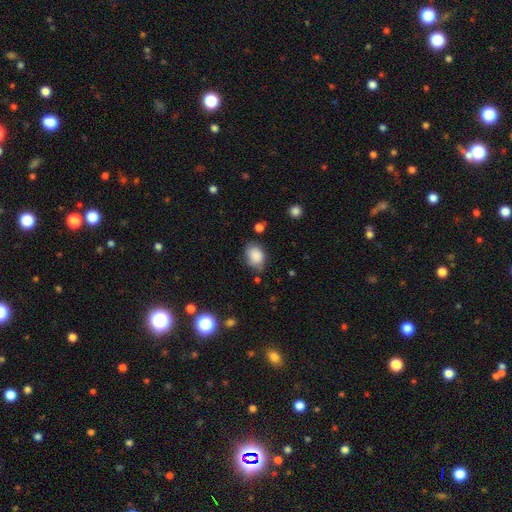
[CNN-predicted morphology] Smooth or featured?
  - smooth: 85% *
  - star or artifact: 8%
  - featured or disk: 6%
How rounded?
  - in between: 71% *
  - round: 28%
  - cigar-shaped: 1%
Merging?
  - none: 69% *
  - minor disturbance: 23%
  - major disturbance: 5%
  - merger: 3%